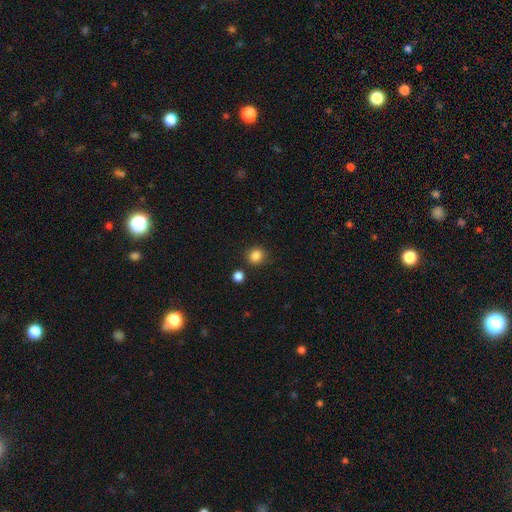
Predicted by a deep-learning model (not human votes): Smooth or featured? Predicted: smooth (p=0.85). How rounded? Predicted: round (p=0.81). Merging? Predicted: none (p=0.83).